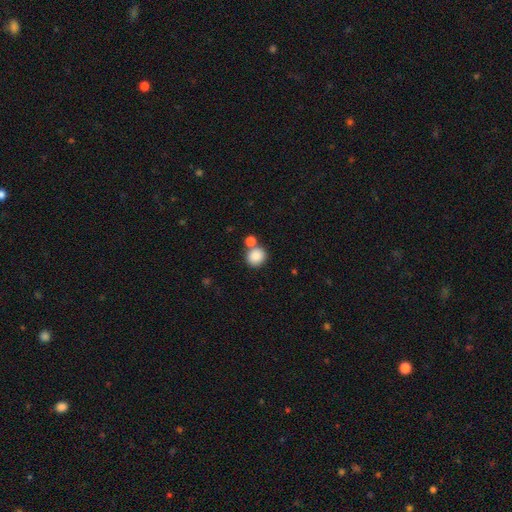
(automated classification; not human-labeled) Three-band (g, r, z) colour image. It shows a smooth galaxy with no disk features (86%) that is round (87%). Merging: none (62%).